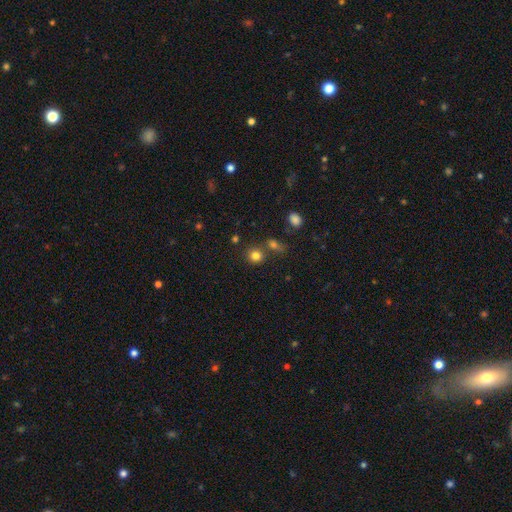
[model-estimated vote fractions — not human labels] The model was most divided on "merging": none: 71%, merger: 16%, minor disturbance: 9%, major disturbance: 4%. More confident: how rounded — round (85%); smooth or featured — smooth (80%).